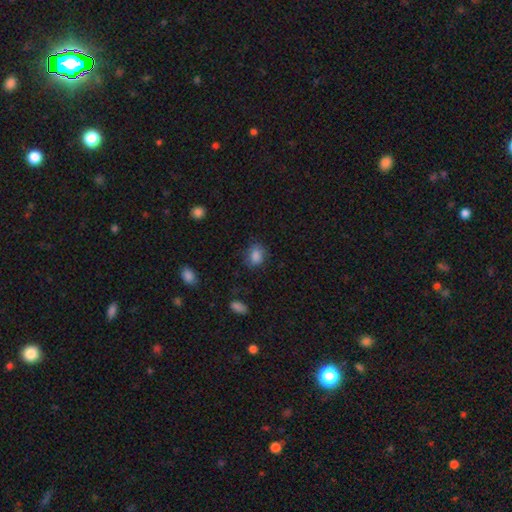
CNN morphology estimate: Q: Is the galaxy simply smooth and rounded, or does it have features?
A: smooth — 84%.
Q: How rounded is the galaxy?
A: in between — 66%.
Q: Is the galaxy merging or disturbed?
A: none — 72%.